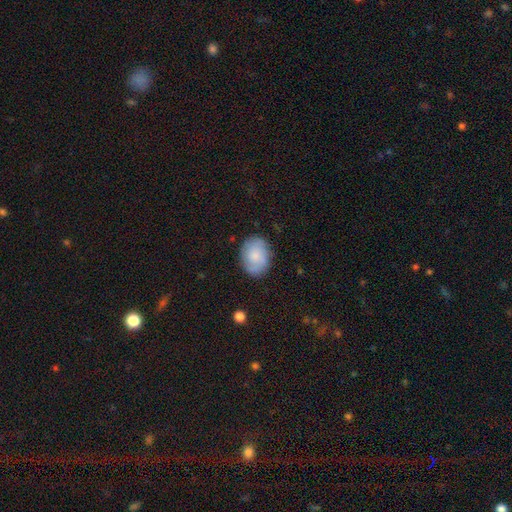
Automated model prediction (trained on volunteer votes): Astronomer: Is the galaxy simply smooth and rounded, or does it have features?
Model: smooth — 65%.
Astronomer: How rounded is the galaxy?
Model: in between — 69%.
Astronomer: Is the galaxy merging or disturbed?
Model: none — 80%.